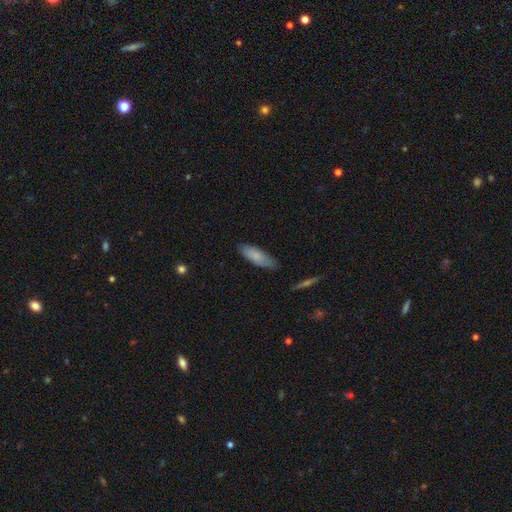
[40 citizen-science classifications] This is clearly a smooth galaxy (85%). How rounded: possibly in between (56%). Merging: likely none (74%).